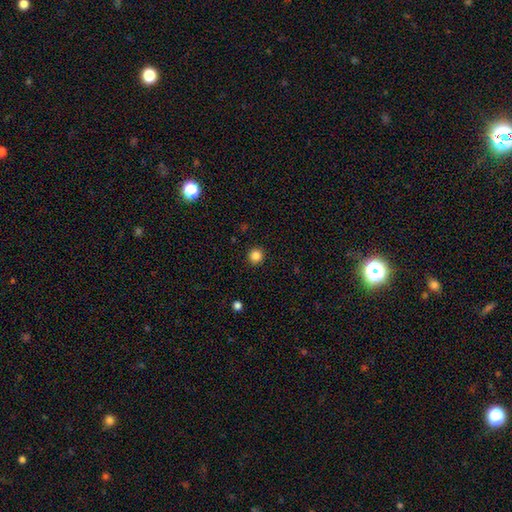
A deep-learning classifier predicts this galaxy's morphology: Q: Smooth or featured?
A: smooth (85%); runner-up: star or artifact (12%)
Q: How rounded?
A: round (95%); runner-up: in between (4%)
Q: Merging?
A: none (93%); runner-up: minor disturbance (5%)